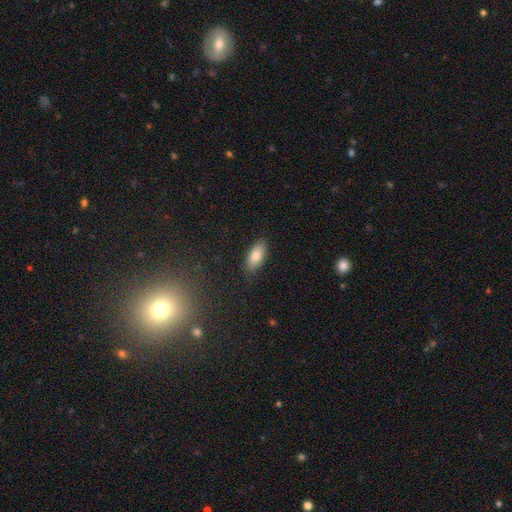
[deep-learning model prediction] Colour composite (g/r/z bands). It shows a smooth galaxy with no disk features (79%) that is in between round and cigar-shaped (88%). Merging: none (85%).